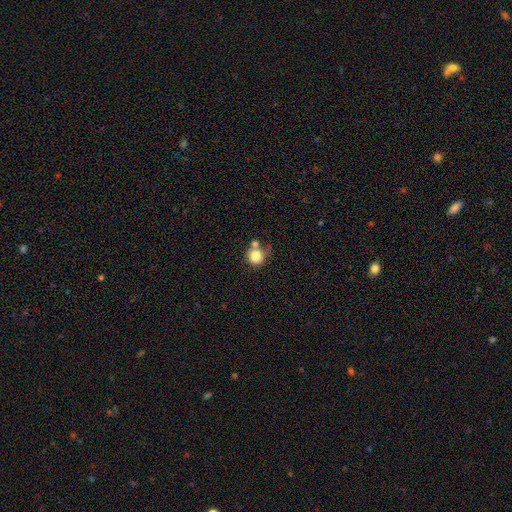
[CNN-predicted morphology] This is clearly a smooth galaxy (81%). How rounded: clearly round (89%). Merging: possibly none (48%).